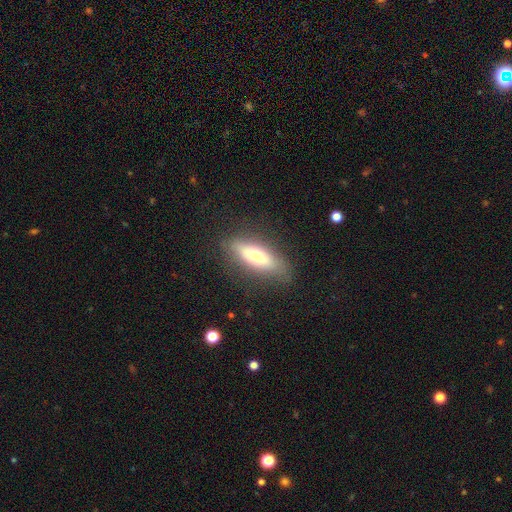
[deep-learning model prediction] The model was most divided on "how rounded": in between: 51%, cigar-shaped: 47%, round: 3%. More confident: merging — none (82%); smooth or featured — smooth (60%).